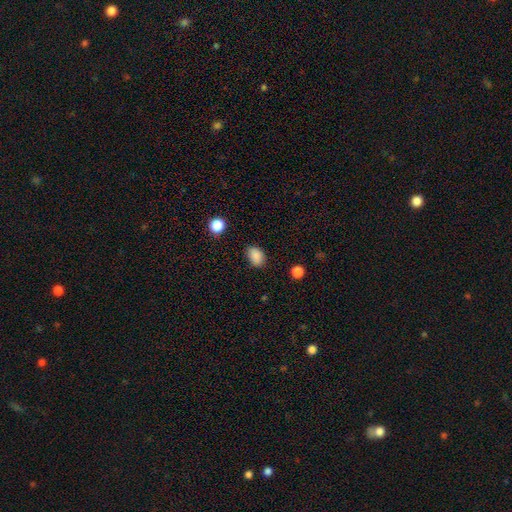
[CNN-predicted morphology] A smooth galaxy with no disk features (87%) that is in between round and cigar-shaped (75%).

Vote fractions:
- Smooth or featured? smooth: 87% / star or artifact: 9% / featured or disk: 4%
- How rounded? in between: 75% / round: 24% / cigar-shaped: 1%
- Merging? none: 79% / minor disturbance: 16% / major disturbance: 3% / merger: 2%